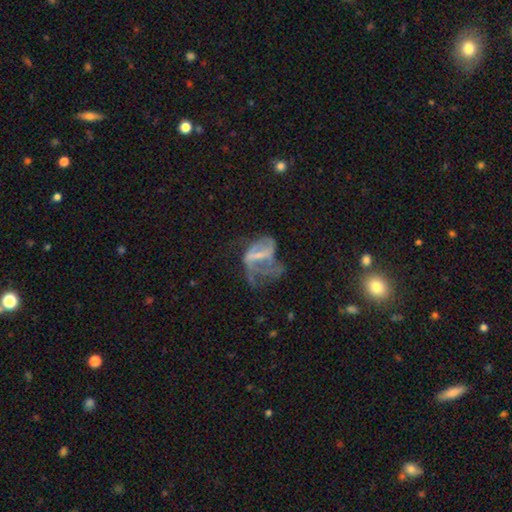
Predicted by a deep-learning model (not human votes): featured or disk 65%, smooth 21%, star or artifact 14%. Down the decision tree: edge-on disk — no (96%); bar — weak (37%); spiral arms — yes (52%); bulge size — none (42%); merging — major disturbance (51%).